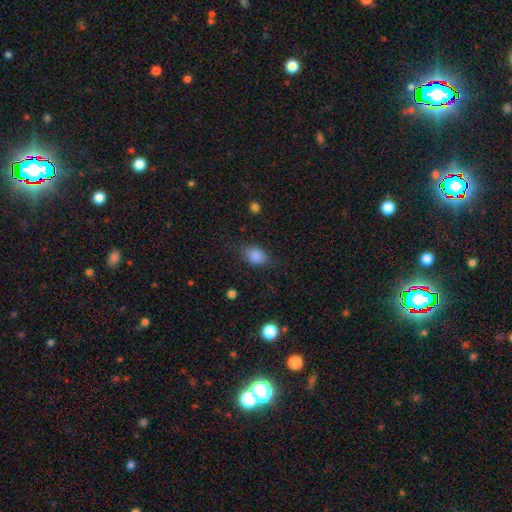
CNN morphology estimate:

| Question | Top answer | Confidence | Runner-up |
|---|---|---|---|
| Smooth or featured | smooth | 84% | star or artifact (10%) |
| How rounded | in between | 69% | round (29%) |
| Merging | none | 69% | minor disturbance (21%) |